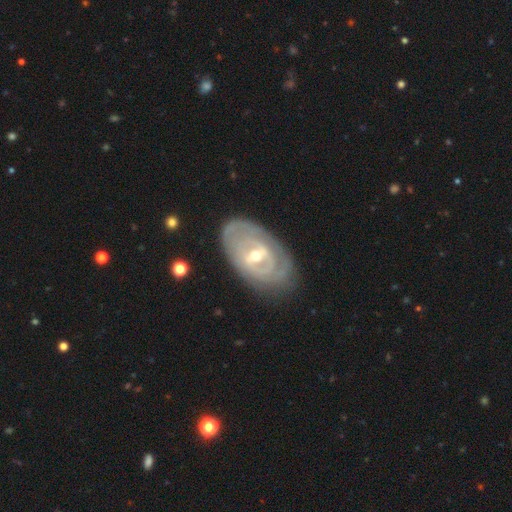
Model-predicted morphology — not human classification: This is clearly a featured or disk galaxy (81%). It is clearly not viewed edge-on (94%). Bar: possibly weak (47%). Spiral arm pattern: likely yes (73%). Spiral arm count: possibly can't tell (45%). Spiral winding: likely tight (72%). Central bulge: possibly moderate (51%). Merging: likely none (73%).